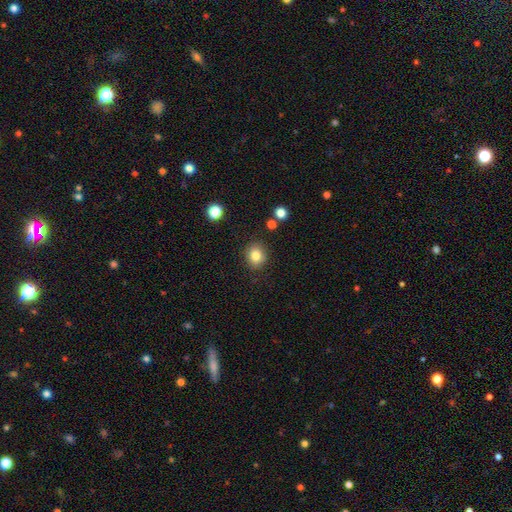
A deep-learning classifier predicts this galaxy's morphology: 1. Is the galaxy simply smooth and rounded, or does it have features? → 83% smooth, 10% star or artifact, 7% featured or disk.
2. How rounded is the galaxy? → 79% round, 20% in between, 1% cigar-shaped.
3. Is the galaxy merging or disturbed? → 88% none, 8% minor disturbance, 2% major disturbance, 2% merger.